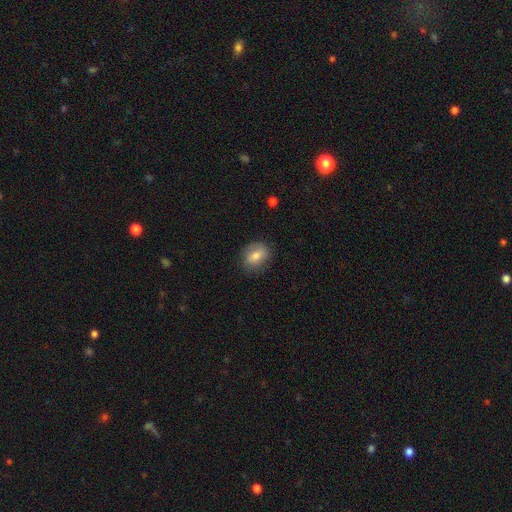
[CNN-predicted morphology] Smooth or featured: smooth — 70% (featured or disk — 22%)
How rounded: in between — 55% (round — 44%)
Merging: none — 78% (minor disturbance — 16%)